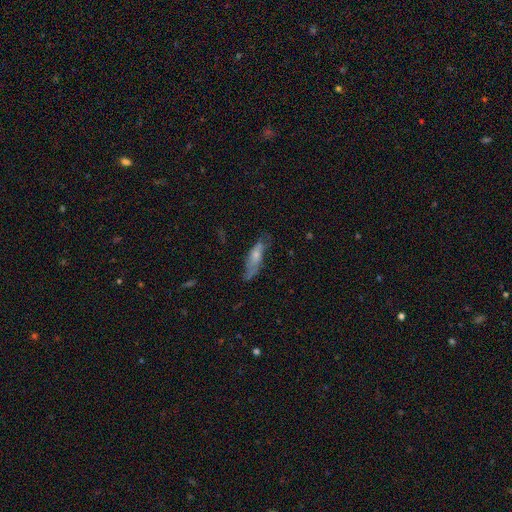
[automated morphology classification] Smooth or featured? Predicted: smooth (p=0.51). How rounded? Predicted: cigar-shaped (p=0.49). Merging? Predicted: none (p=0.53).